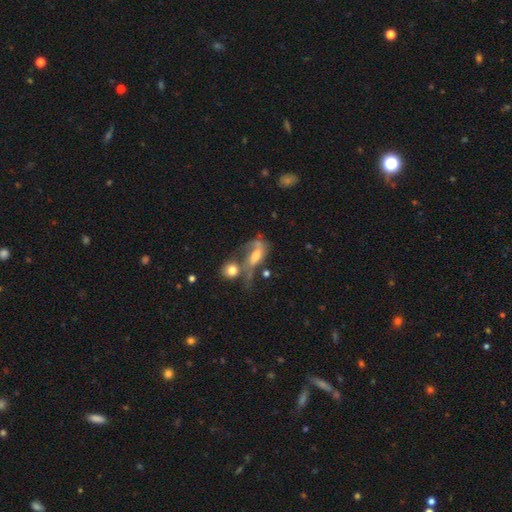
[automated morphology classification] A featured or disk galaxy (53%). Merging: merger (46%).